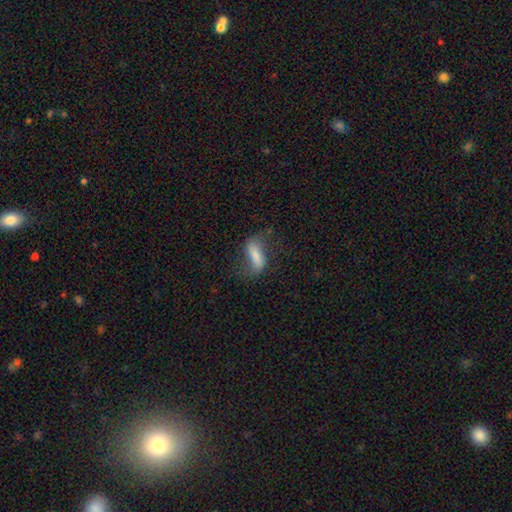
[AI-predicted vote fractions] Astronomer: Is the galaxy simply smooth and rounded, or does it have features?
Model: smooth — 55% (runner-up: featured or disk, 36%).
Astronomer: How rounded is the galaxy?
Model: in between — 58% (runner-up: cigar-shaped, 39%).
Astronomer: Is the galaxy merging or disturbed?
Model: none — 53%.